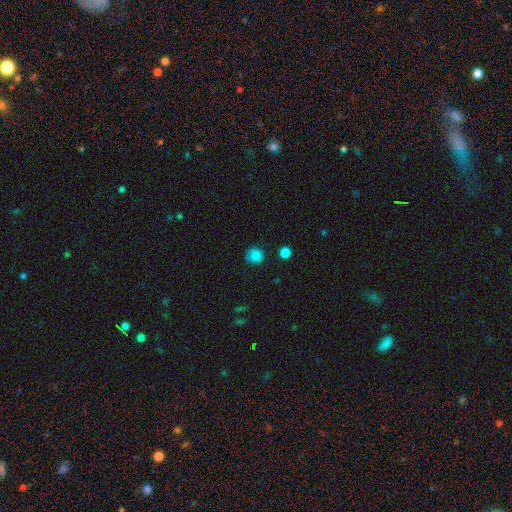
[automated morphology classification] type=smooth (83%); roundness=round (89%); merging=none (77%).